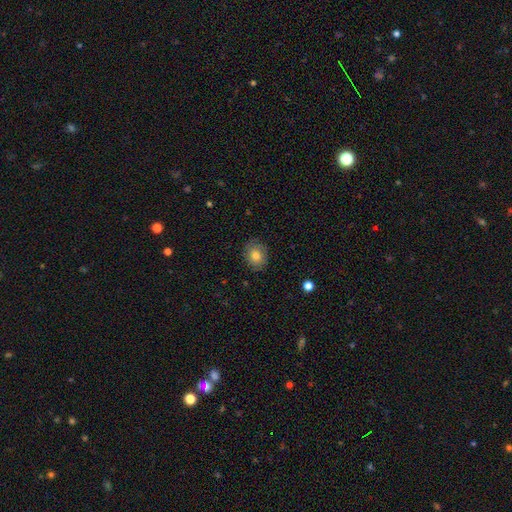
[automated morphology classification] smooth_or_featured: smooth (p=0.74) [alt: featured or disk p=0.16]
how_rounded: round (p=0.53) [alt: in between p=0.46]
merging: none (p=0.83) [alt: minor disturbance p=0.13]